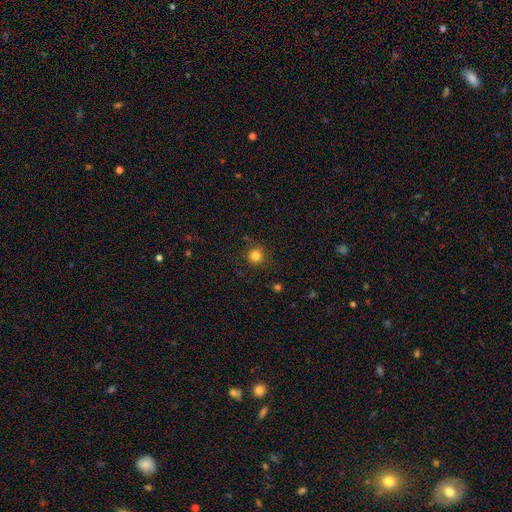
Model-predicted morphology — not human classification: smooth_or_featured: smooth (p=0.82) [alt: star or artifact p=0.13]
how_rounded: round (p=0.94) [alt: in between p=0.05]
merging: none (p=0.88) [alt: minor disturbance p=0.08]